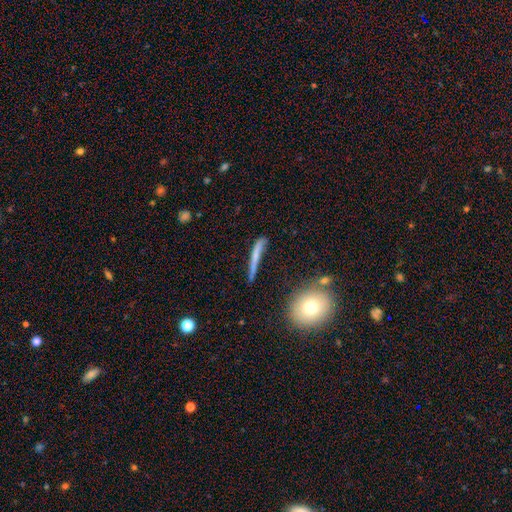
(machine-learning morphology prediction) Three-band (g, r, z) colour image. It shows a smooth galaxy with no disk features (59%) that is cigar-shaped (92%). Merging: none (68%).